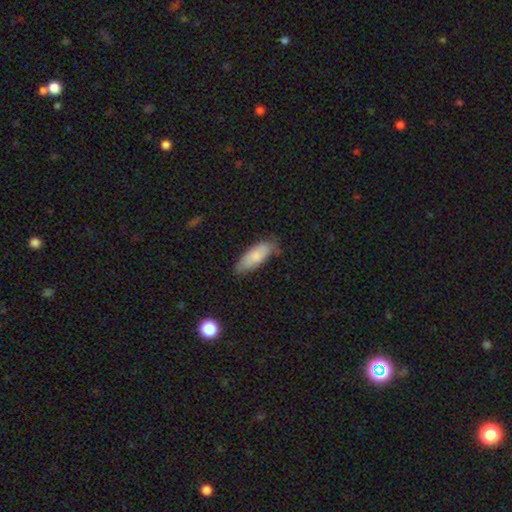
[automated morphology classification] smooth-or-featured: smooth: 81% | featured or disk: 13% | star or artifact: 6%
  how-rounded: in between: 70% | cigar-shaped: 28% | round: 2%
  merging: none: 68% | minor disturbance: 26% | major disturbance: 4% | merger: 2%